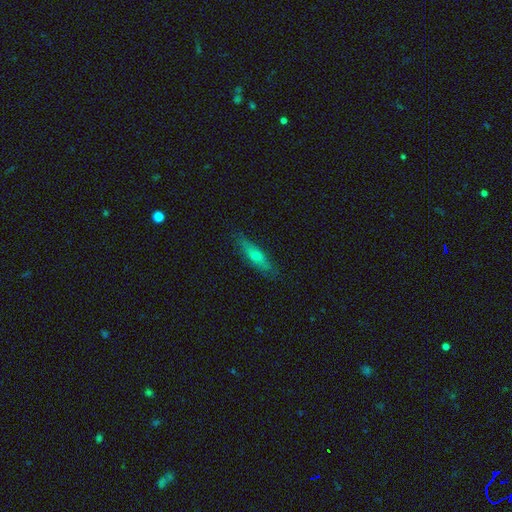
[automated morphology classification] A smooth galaxy with no disk features (51%) that is cigar-shaped (74%).

Vote fractions:
- Smooth or featured? smooth: 51% / featured or disk: 42% / star or artifact: 7%
- How rounded? cigar-shaped: 74% / in between: 23% / round: 2%
- Merging? none: 84% / minor disturbance: 13% / major disturbance: 2% / merger: 1%